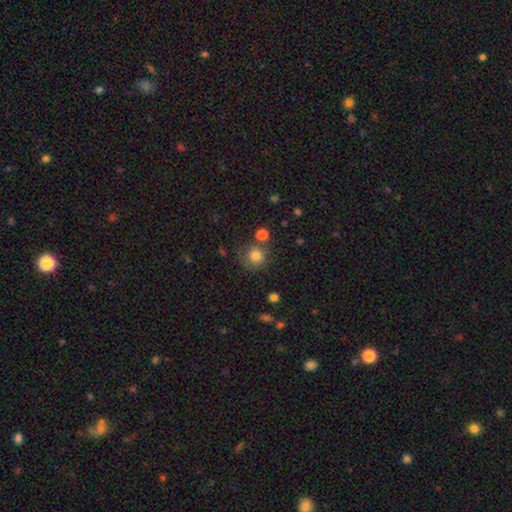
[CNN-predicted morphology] Smooth or featured: smooth — 82% (star or artifact — 12%)
How rounded: round — 91% (in between — 8%)
Merging: none — 72% (minor disturbance — 12%)